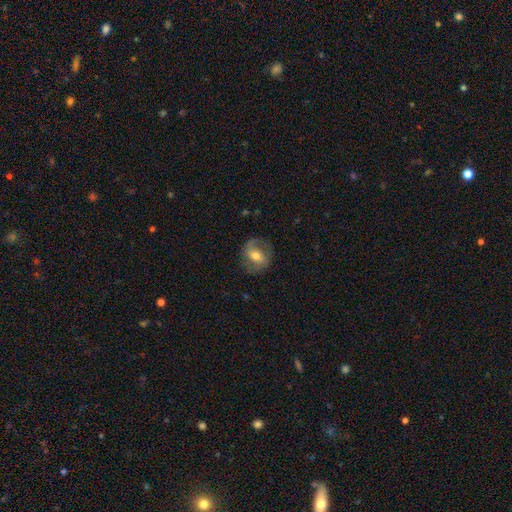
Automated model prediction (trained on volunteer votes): Smooth or featured: featured or disk — 52% (smooth — 40%)
Edge-on disk: no — 94% (yes — 6%)
Merging: none — 76% (minor disturbance — 16%)